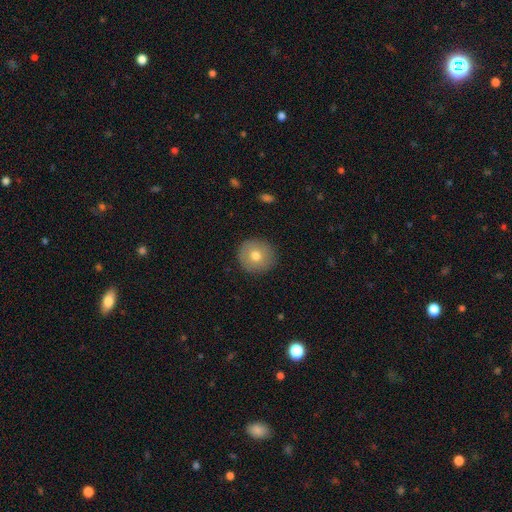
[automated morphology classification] Overall: smooth (73%). How rounded: round (93%). Merging: none (90%).